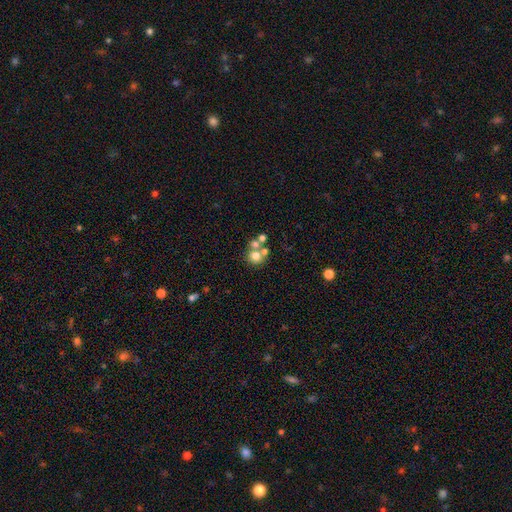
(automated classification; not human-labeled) Smooth or featured: smooth — 67% (featured or disk — 19%)
How rounded: round — 84% (in between — 15%)
Merging: none — 47% (merger — 41%)